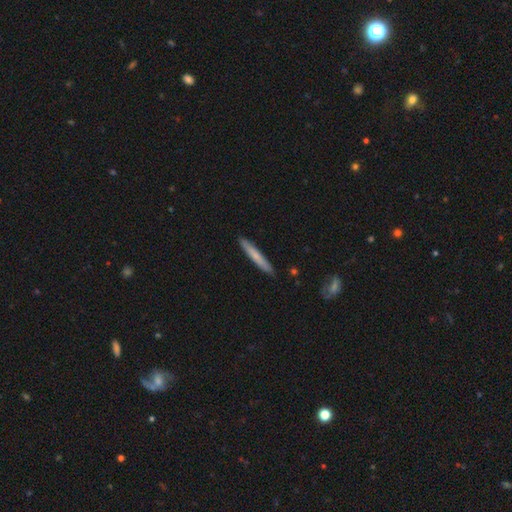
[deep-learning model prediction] Morphology: type=smooth (64%); roundness=cigar-shaped (96%); merging=none (90%).